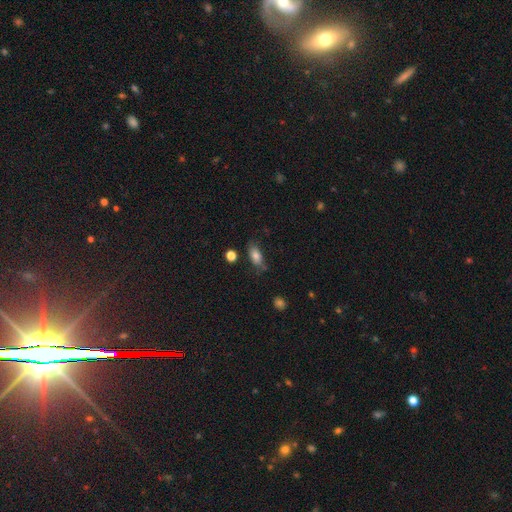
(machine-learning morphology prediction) Smooth or featured: smooth — 79% (featured or disk — 12%)
How rounded: in between — 84% (cigar-shaped — 10%)
Merging: none — 70% (minor disturbance — 20%)